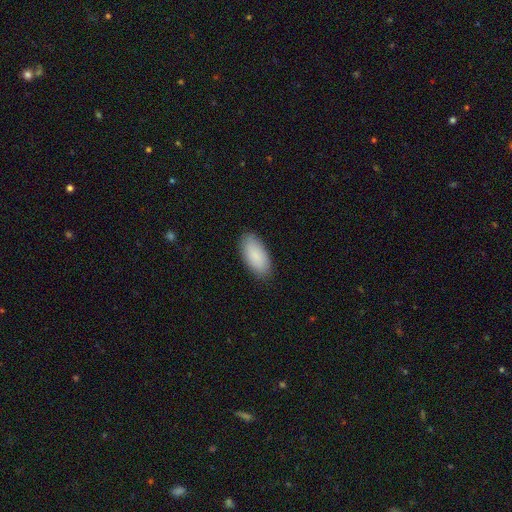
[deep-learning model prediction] Morphology: type=smooth (88%); roundness=in between (91%); merging=none (86%).